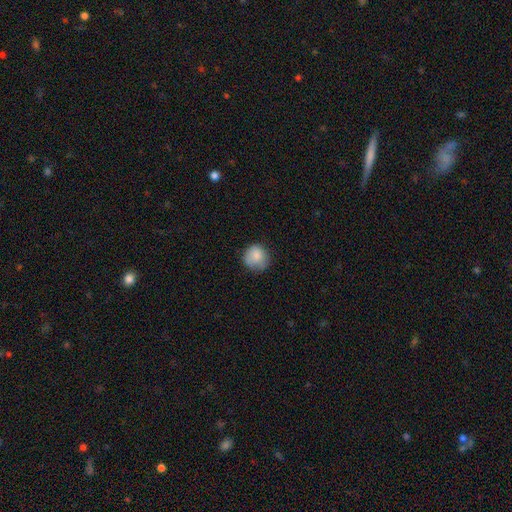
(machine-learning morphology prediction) This is clearly a smooth galaxy (84%). How rounded: clearly round (89%). Merging: likely none (71%).